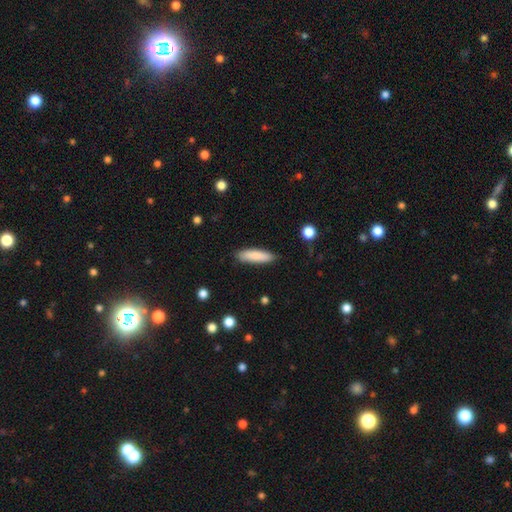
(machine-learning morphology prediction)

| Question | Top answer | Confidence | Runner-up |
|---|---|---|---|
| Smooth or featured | smooth | 84% | featured or disk (10%) |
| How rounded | cigar-shaped | 67% | in between (31%) |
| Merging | none | 84% | minor disturbance (12%) |